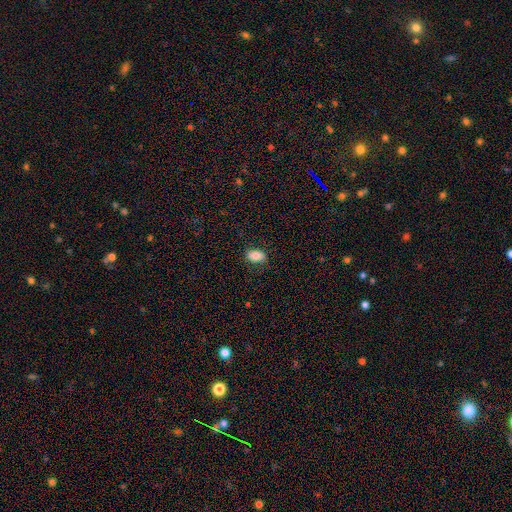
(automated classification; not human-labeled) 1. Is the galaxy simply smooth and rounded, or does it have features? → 83% smooth, 9% featured or disk, 9% star or artifact.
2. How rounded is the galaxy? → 87% in between, 10% round, 3% cigar-shaped.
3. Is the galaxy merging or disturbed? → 81% none, 14% minor disturbance, 4% major disturbance, 1% merger.